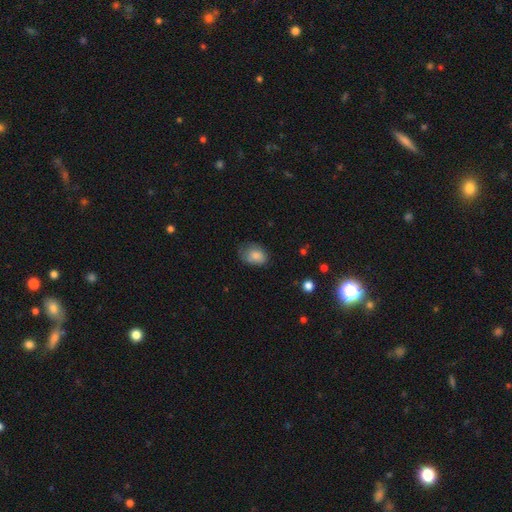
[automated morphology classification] Smooth or featured?
  - smooth: 81% *
  - featured or disk: 11%
  - star or artifact: 8%
How rounded?
  - in between: 78% *
  - round: 21%
  - cigar-shaped: 1%
Merging?
  - none: 55% *
  - minor disturbance: 33%
  - major disturbance: 10%
  - merger: 2%